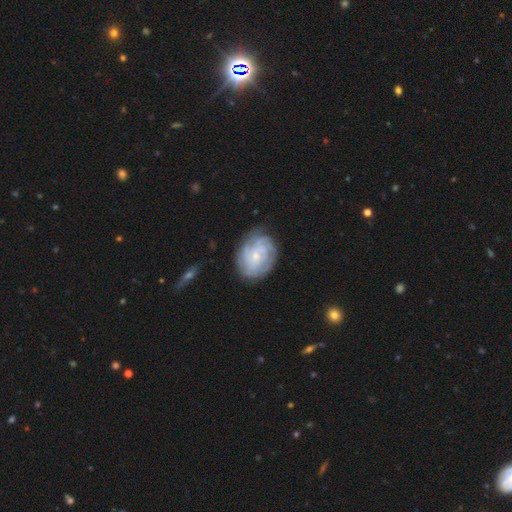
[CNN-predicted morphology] featured or disk 82%, smooth 13%, star or artifact 6%. Down the decision tree: edge-on disk — no (97%); bar — no (70%); spiral arms — yes (95%); spiral arm count — can't tell (34%); spiral winding — tight (73%); bulge size — small (73%); merging — none (74%).